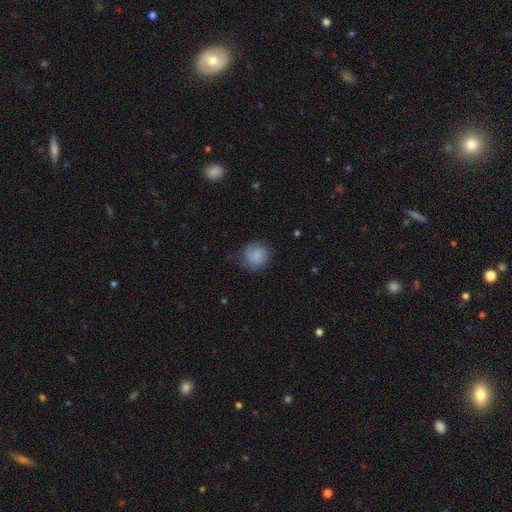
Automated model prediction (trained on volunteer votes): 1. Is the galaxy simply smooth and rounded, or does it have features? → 75% smooth, 17% featured or disk, 8% star or artifact.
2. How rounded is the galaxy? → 87% round, 13% in between, 1% cigar-shaped.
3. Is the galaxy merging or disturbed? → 73% none, 19% minor disturbance, 7% major disturbance, 1% merger.